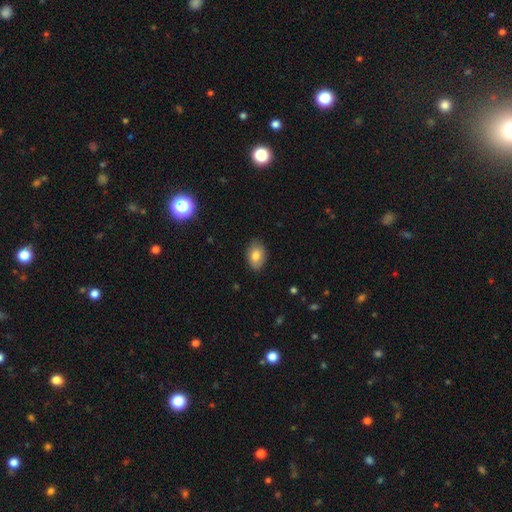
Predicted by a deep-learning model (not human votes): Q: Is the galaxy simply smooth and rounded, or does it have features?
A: smooth — 81%.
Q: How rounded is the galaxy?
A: in between — 83%.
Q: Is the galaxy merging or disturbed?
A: none — 85%.